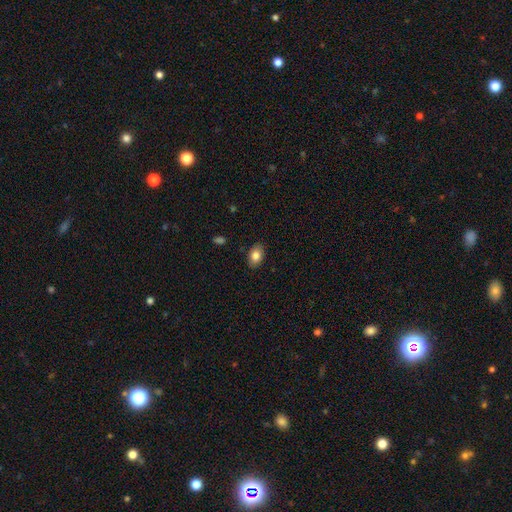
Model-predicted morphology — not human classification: type=smooth (83%); roundness=in between (88%); merging=none (86%).